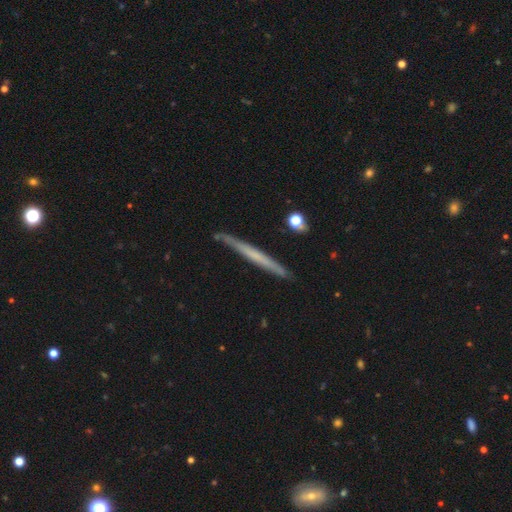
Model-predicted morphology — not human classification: This appears to be a featured or disk galaxy (53%) viewed edge-on (96%) with no central bulge (85%). Merging: none (86%).